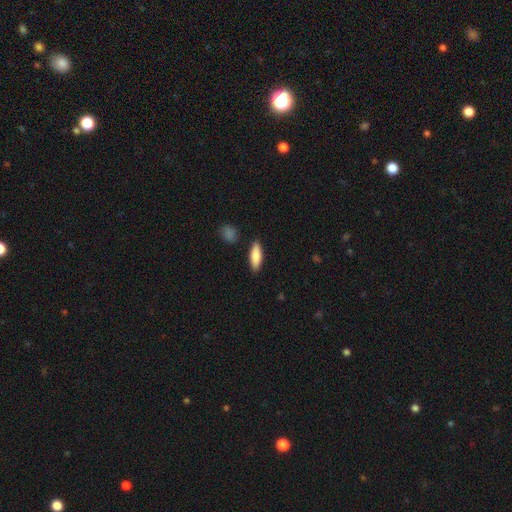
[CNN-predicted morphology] The model was most divided on "how rounded": in between: 58%, cigar-shaped: 40%, round: 2%. More confident: merging — none (87%); smooth or featured — smooth (84%).